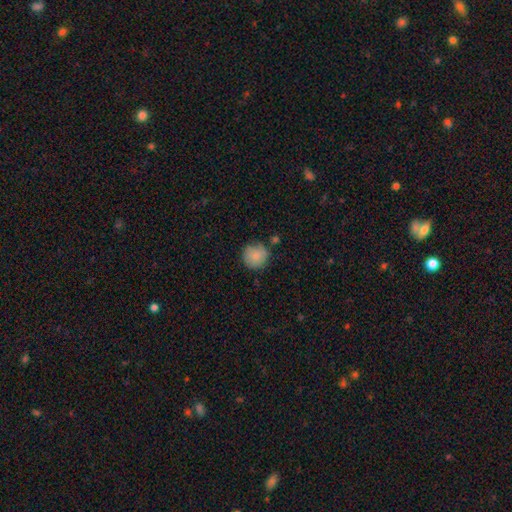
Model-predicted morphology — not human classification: The model was most divided on "merging": none: 73%, minor disturbance: 18%, merger: 4%, major disturbance: 4%. More confident: how rounded — round (93%); smooth or featured — smooth (83%).